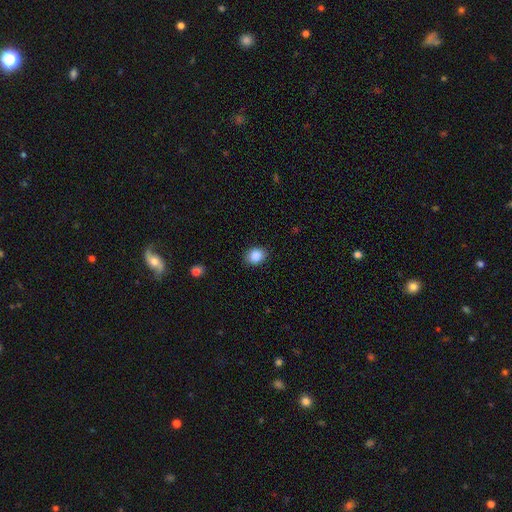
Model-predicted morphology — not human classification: Smooth or featured? smooth (88%)
How rounded? in between (54%)
Merging? none (86%)